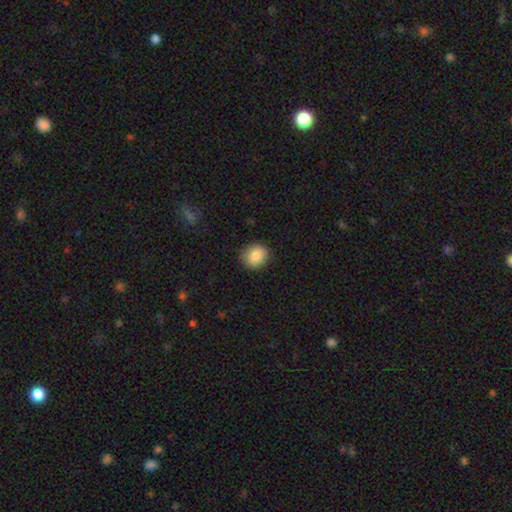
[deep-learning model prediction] A smooth galaxy with no disk features (86%) that is round (78%). Merging: none (88%).